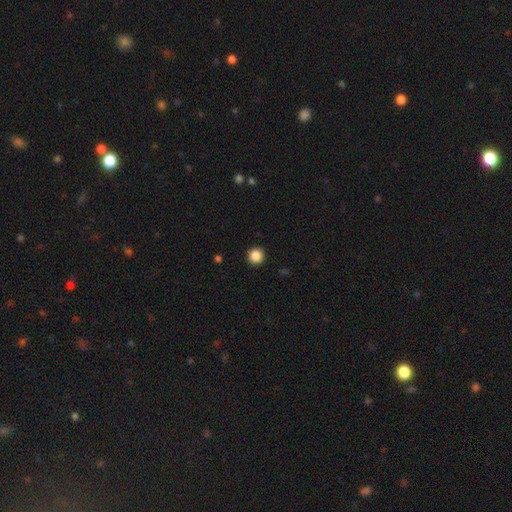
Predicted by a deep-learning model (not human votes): Smooth or featured: smooth — 87% (star or artifact — 10%)
How rounded: round — 94% (in between — 5%)
Merging: none — 93% (minor disturbance — 5%)